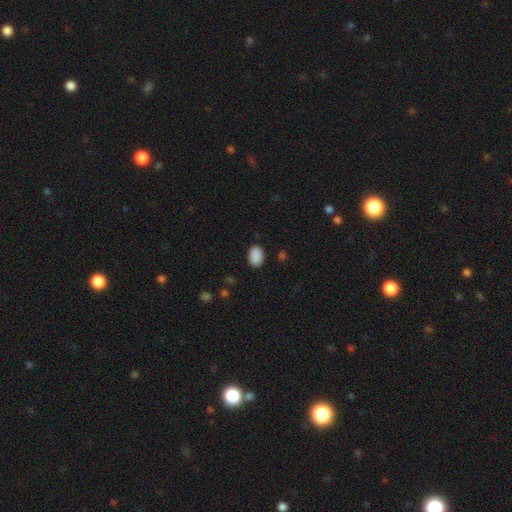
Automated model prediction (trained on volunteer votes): This is clearly a smooth galaxy (90%). How rounded: clearly in between (84%). Merging: clearly none (87%).